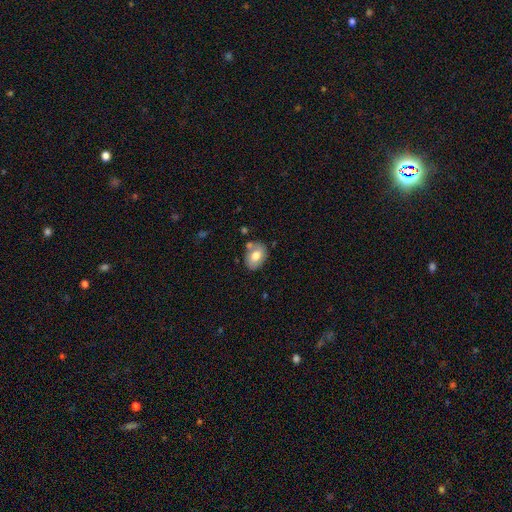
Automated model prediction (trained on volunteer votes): Smooth or featured?
  - smooth: 71% *
  - featured or disk: 22%
  - star or artifact: 7%
How rounded?
  - in between: 77% *
  - round: 22%
  - cigar-shaped: 1%
Merging?
  - none: 65% *
  - minor disturbance: 19%
  - merger: 12%
  - major disturbance: 4%